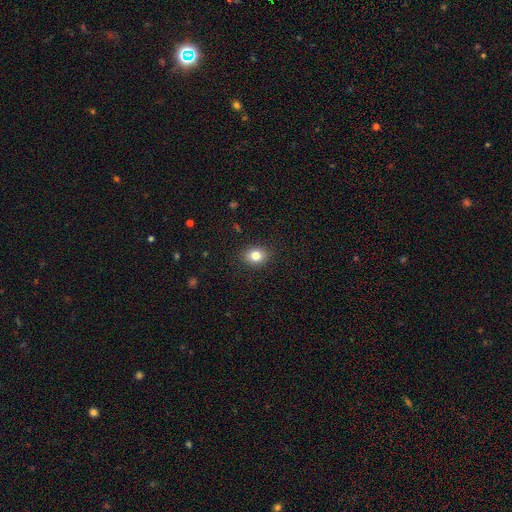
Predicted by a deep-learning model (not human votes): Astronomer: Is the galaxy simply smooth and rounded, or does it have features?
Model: smooth — 82%.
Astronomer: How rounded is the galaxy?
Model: round — 51% (runner-up: in between, 48%).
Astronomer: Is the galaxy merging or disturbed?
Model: none — 89%.